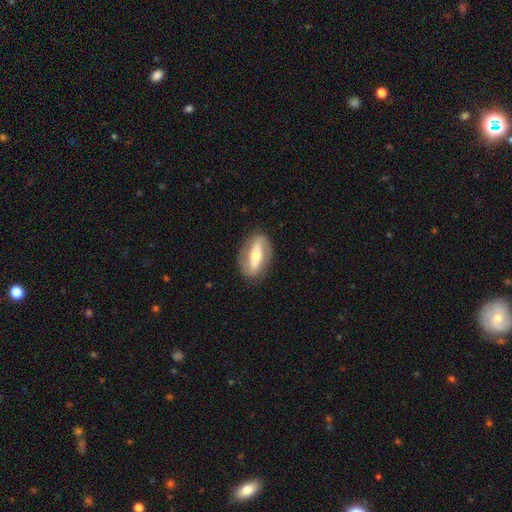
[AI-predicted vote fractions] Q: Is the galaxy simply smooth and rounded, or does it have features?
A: featured or disk — 73%.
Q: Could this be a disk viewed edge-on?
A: no — 86%.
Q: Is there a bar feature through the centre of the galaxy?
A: strong — 65%.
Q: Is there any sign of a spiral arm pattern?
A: yes — 68%.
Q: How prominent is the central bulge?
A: moderate — 62%.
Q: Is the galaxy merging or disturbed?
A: none — 85%.